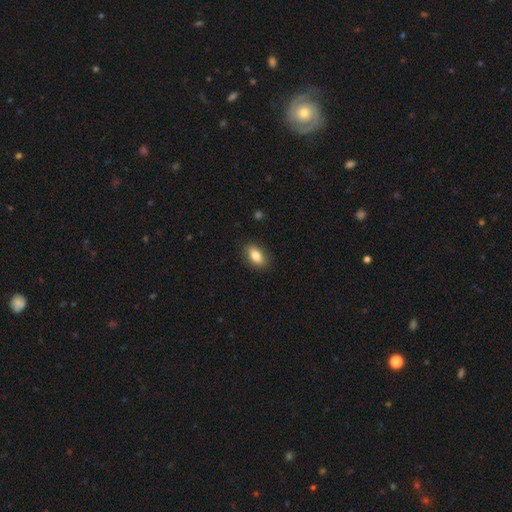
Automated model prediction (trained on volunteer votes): Morphology: type=smooth (82%); roundness=in between (88%); merging=none (87%).